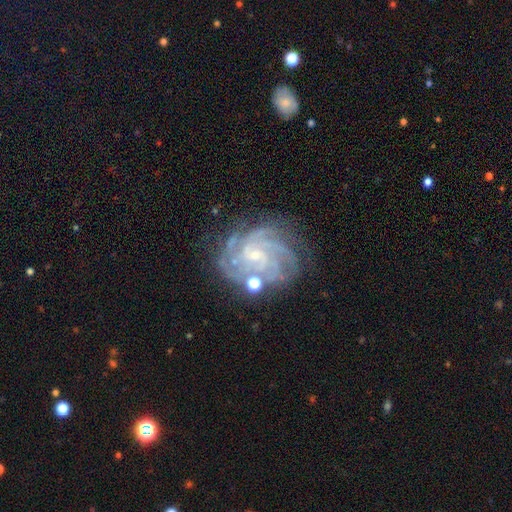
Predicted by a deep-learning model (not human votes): This is clearly a featured or disk galaxy (87%). It is clearly not viewed edge-on (98%). Bar: possibly no (55%). Spiral arm pattern: clearly yes (97%). Spiral arm count: marginally 4 (34%). Spiral winding: likely tight (70%). Central bulge: likely small (74%). Merging: likely none (68%).